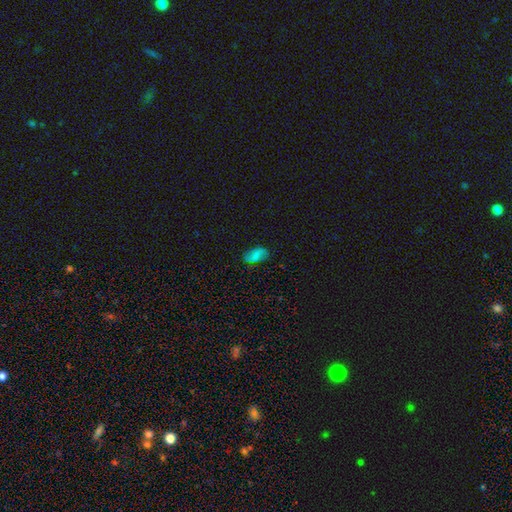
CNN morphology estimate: type=smooth (57%); roundness=in between (92%); merging=none (74%).